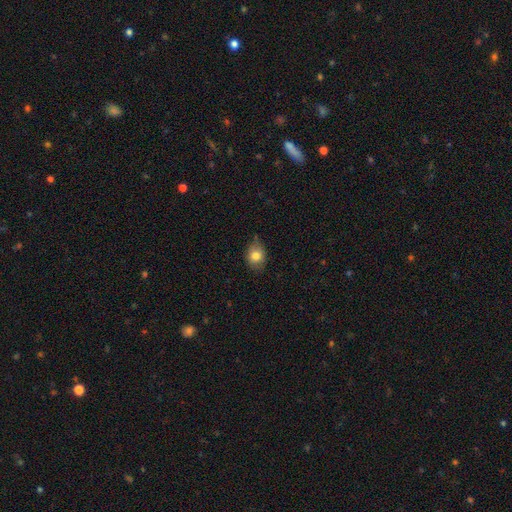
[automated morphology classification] Overall: smooth (80%). How rounded: in between (60%; round 39%). Merging: none (76%).